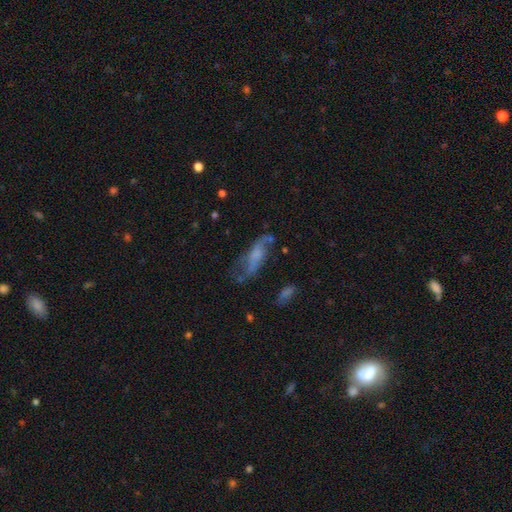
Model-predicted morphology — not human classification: Smooth or featured? featured or disk (52%)
Edge-on disk? no (77%)
Merging? none (45%)